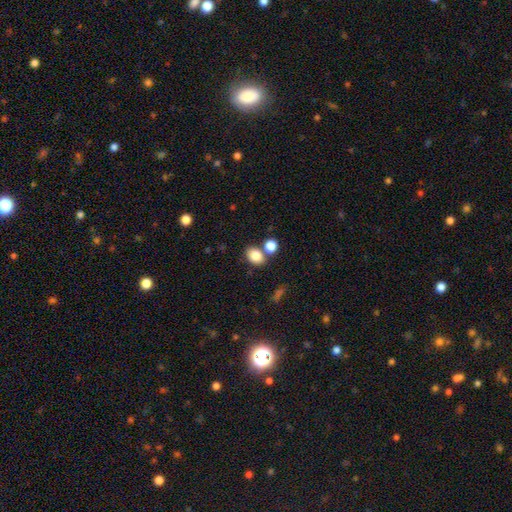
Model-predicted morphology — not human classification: Overall: smooth (83%). How rounded: in between (64%; round 35%). Merging: none (62%; merger 23%).